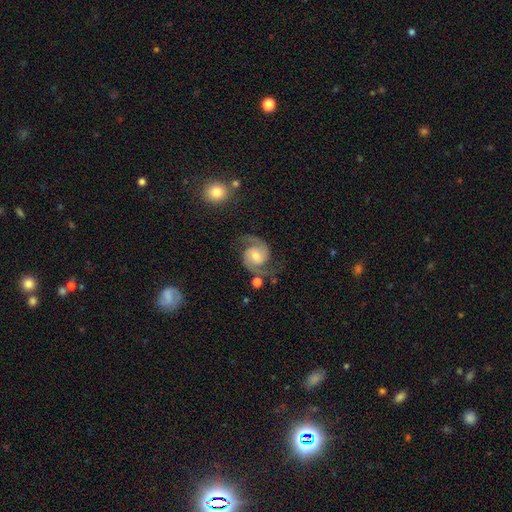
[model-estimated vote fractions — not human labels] Overall: featured or disk (90%). Edge-on disk: no (98%). Bar: no (47%; weak 41%). Spiral arms: yes (98%). Spiral arm count: 2 (94%). Spiral winding: medium (59%; tight 23%). Bulge size: moderate (62%; small 31%). Merging: none (77%).